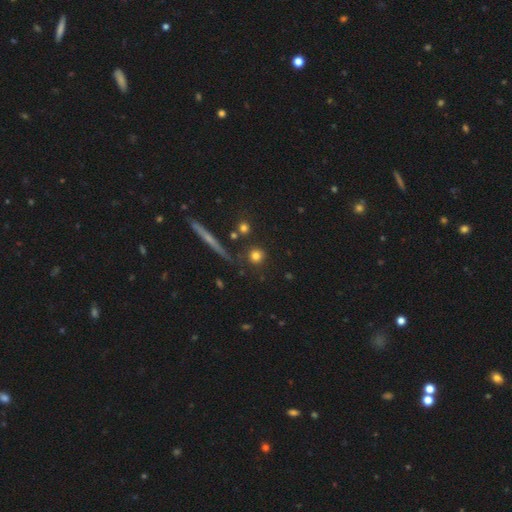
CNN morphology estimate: Q: Smooth or featured?
A: smooth (78%); runner-up: star or artifact (12%)
Q: How rounded?
A: round (90%); runner-up: in between (7%)
Q: Merging?
A: none (83%); runner-up: minor disturbance (8%)